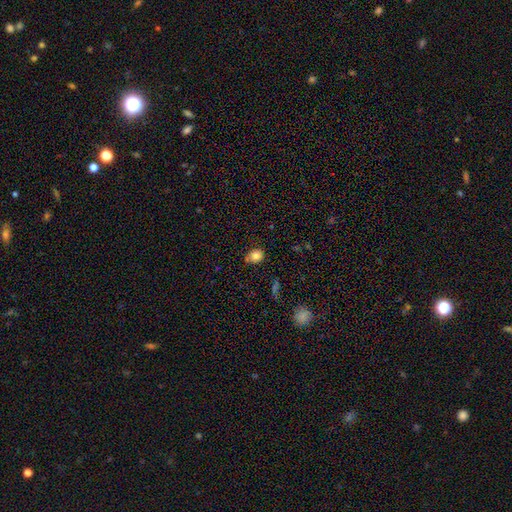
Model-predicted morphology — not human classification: The model was most divided on "how rounded": round: 57%, in between: 42%, cigar-shaped: 1%. More confident: smooth or featured — smooth (83%); merging — none (70%).